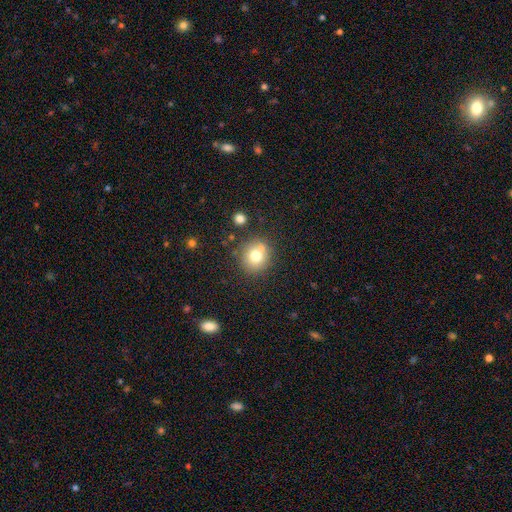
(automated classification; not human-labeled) This is likely a smooth galaxy (75%). How rounded: clearly round (86%). Merging: likely none (73%).